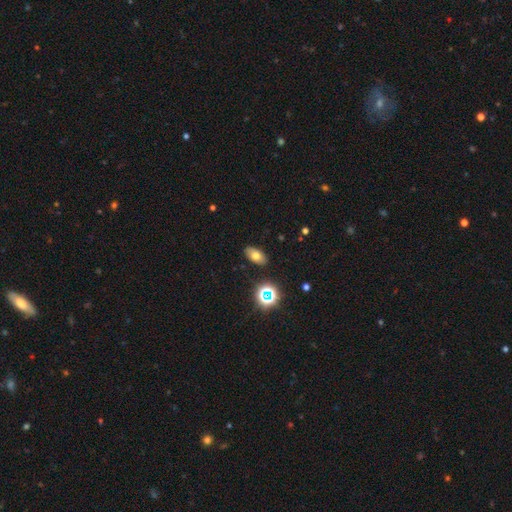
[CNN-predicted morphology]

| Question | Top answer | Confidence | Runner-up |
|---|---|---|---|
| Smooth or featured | smooth | 68% | star or artifact (17%) |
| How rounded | in between | 89% | round (8%) |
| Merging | none | 87% | minor disturbance (9%) |